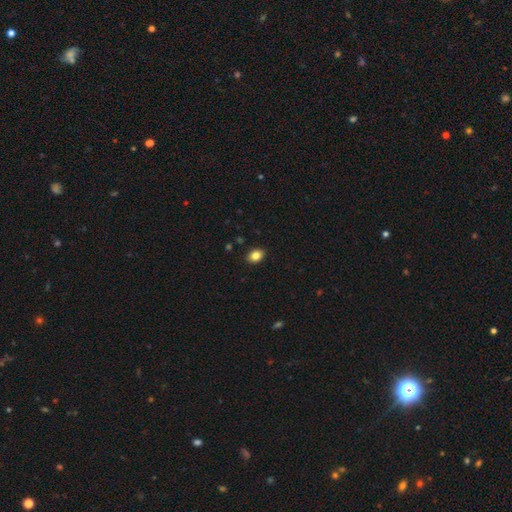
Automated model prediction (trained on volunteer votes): Morphology: type=smooth (84%); roundness=in between (71%); merging=none (89%).